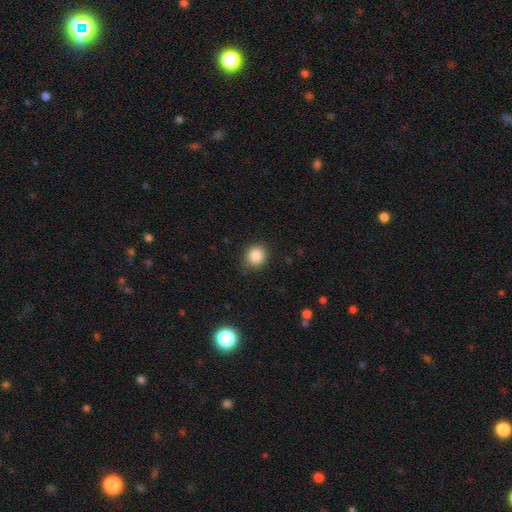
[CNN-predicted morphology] smooth-or-featured: smooth: 86% | star or artifact: 10% | featured or disk: 4%
  how-rounded: round: 82% | in between: 17% | cigar-shaped: 1%
  merging: none: 86% | minor disturbance: 10% | major disturbance: 3% | merger: 1%